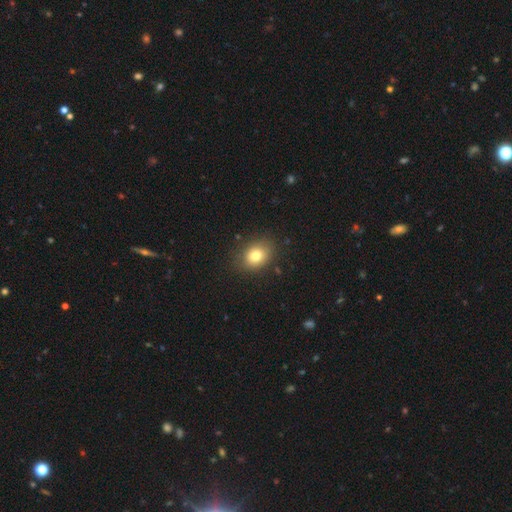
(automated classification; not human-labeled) Smooth or featured: smooth — 80% (star or artifact — 11%)
How rounded: in between — 55% (round — 44%)
Merging: none — 83% (minor disturbance — 12%)